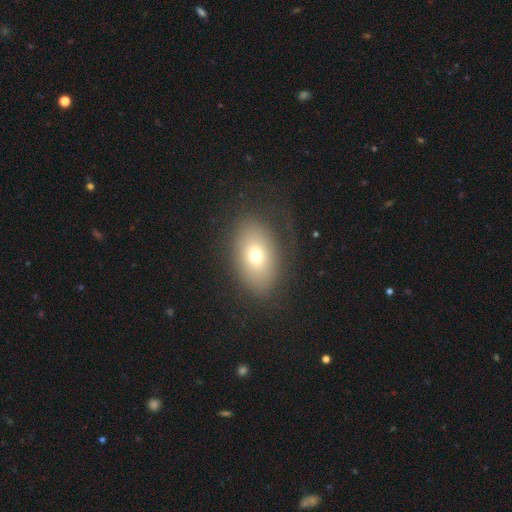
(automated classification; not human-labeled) This appears to be a smooth galaxy with no disk features (67%) that is in between round and cigar-shaped (84%). Merging: none (74%).